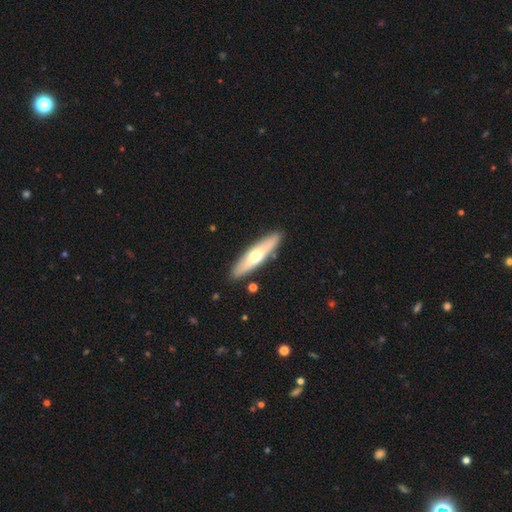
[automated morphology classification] type=smooth (52%); roundness=cigar-shaped (76%); merging=none (88%).